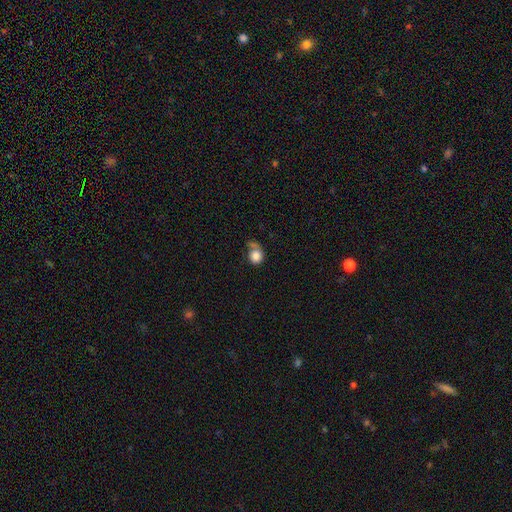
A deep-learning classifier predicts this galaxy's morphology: Smooth or featured? smooth (77%)
How rounded? round (74%)
Merging? none (38%)